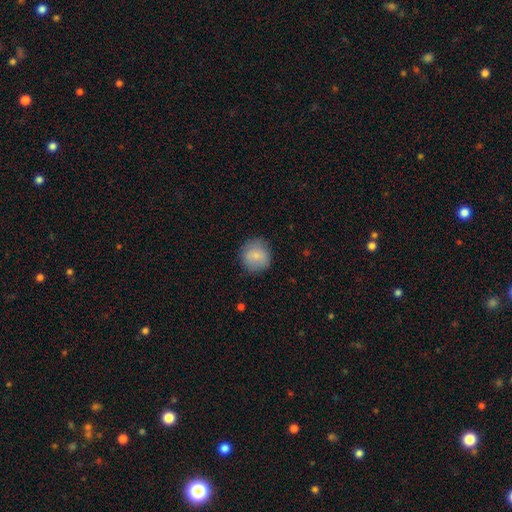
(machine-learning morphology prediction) Overall: smooth (81%). How rounded: round (91%). Merging: none (83%).